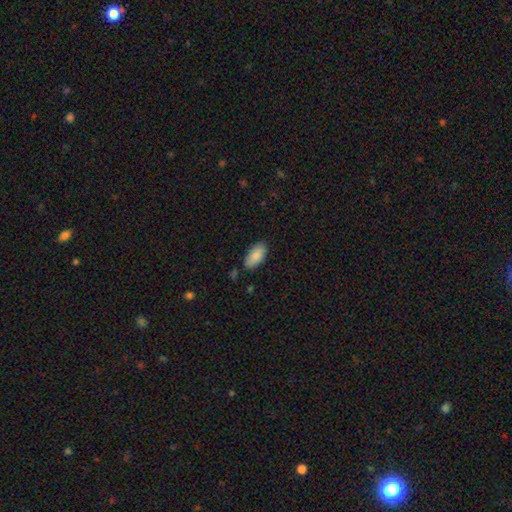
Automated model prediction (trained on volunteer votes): Q: Smooth or featured?
A: smooth (87%); runner-up: featured or disk (7%)
Q: How rounded?
A: in between (93%); runner-up: cigar-shaped (5%)
Q: Merging?
A: none (82%); runner-up: minor disturbance (13%)